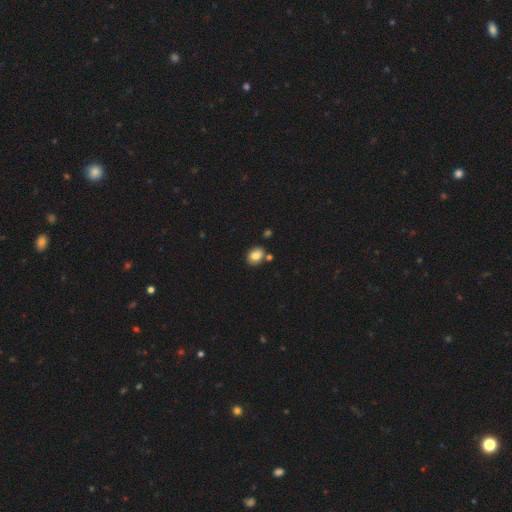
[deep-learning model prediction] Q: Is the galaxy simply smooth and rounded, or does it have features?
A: smooth — 83%.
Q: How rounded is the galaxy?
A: in between — 58%.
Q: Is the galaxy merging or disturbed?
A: none — 76%.